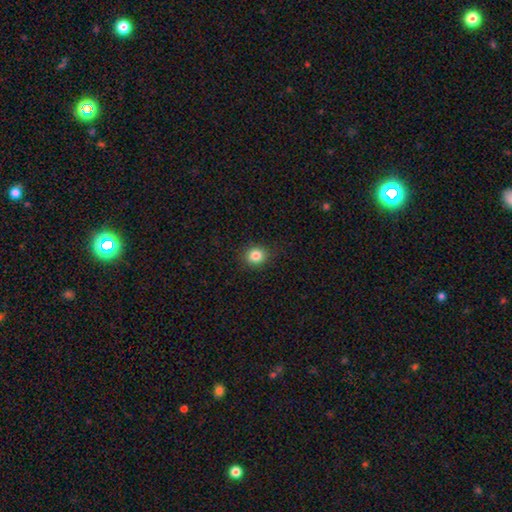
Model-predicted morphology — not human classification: Q: Smooth or featured?
A: smooth (84%); runner-up: star or artifact (11%)
Q: How rounded?
A: round (81%); runner-up: in between (18%)
Q: Merging?
A: none (89%); runner-up: minor disturbance (8%)